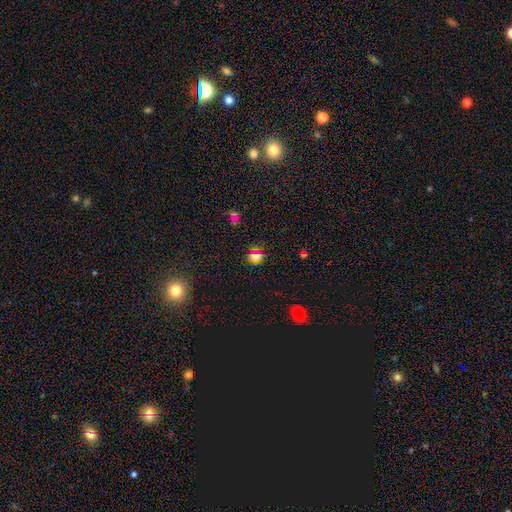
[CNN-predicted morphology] smooth_or_featured: smooth (p=0.61) [alt: star or artifact p=0.31]
how_rounded: round (p=0.74) [alt: in between p=0.24]
merging: none (p=0.85) [alt: minor disturbance p=0.09]